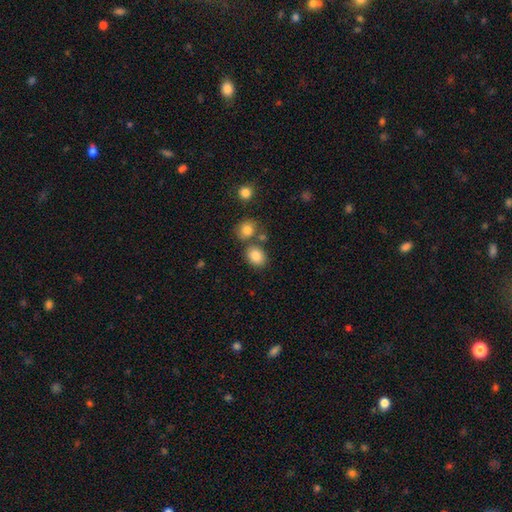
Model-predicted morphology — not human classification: type=smooth (83%); roundness=in between (53%); merging=none (66%).